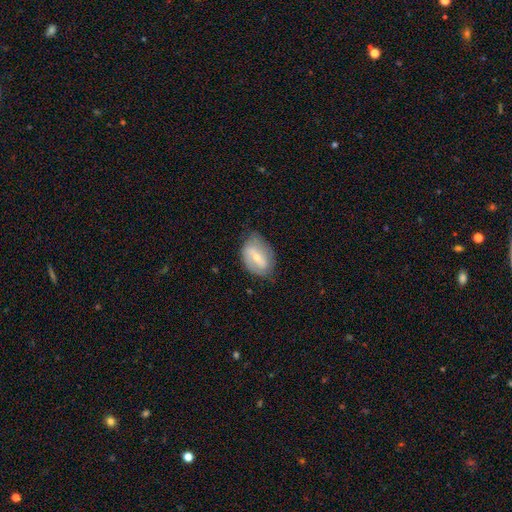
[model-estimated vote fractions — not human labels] A featured or disk galaxy (55%) with a weak bar (41%), spiral arms (55%) and a small central bulge (51%).

Vote fractions:
- Smooth or featured? featured or disk: 55% / smooth: 39% / star or artifact: 7%
- Edge-on disk? no: 93% / yes: 7%
- Bar? weak: 41% / strong: 40% / no: 19%
- Spiral arms? yes: 55% / no: 45%
- Bulge size? small: 51% / moderate: 45% / large: 2% / none: 2% / dominant: 1%
- Merging? none: 67% / minor disturbance: 25% / major disturbance: 7% / merger: 1%